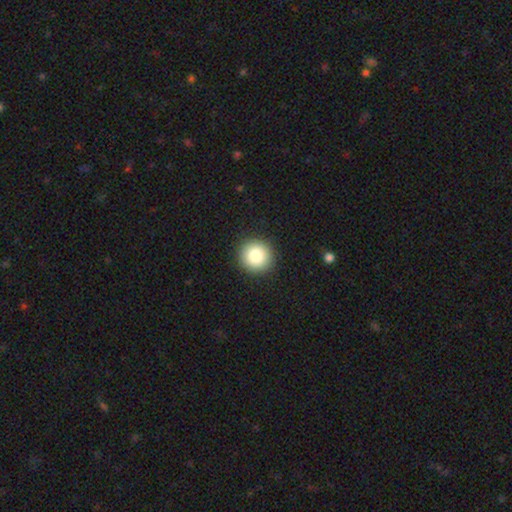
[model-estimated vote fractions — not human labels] smooth 84%, star or artifact 9%, featured or disk 7%. Down the decision tree: how rounded — round (94%); merging — none (92%).